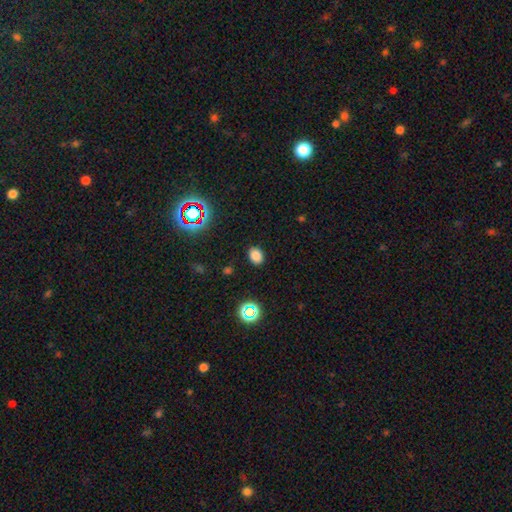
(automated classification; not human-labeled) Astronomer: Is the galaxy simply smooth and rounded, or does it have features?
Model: smooth — 79%.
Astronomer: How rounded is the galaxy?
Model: in between — 60% (runner-up: round, 39%).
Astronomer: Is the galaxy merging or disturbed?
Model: none — 87%.